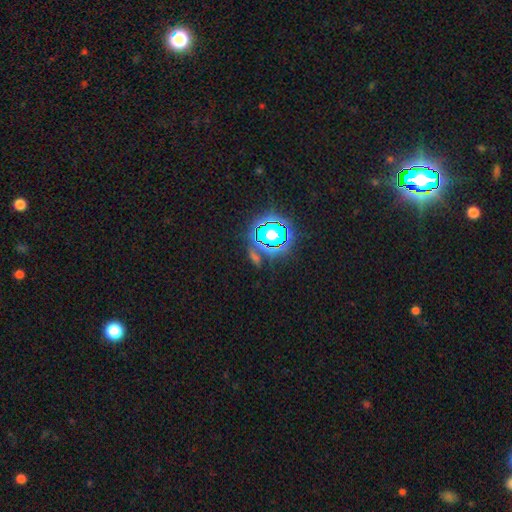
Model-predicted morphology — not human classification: star or artifact 74%, smooth 17%, featured or disk 10%.